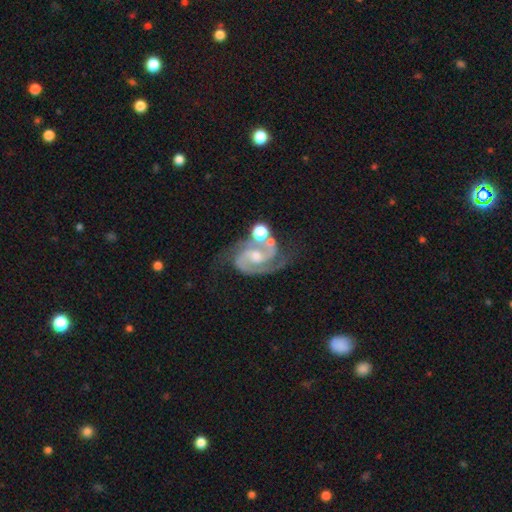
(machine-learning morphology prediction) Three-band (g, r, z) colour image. It shows a featured or disk galaxy (91%) with no bar (43%), 2 (90%) medium (56%) spiral arms (98%) and a small central bulge (47%). Merging: none (57%).